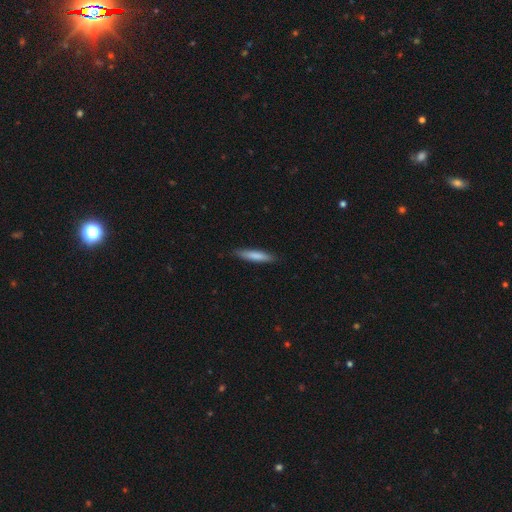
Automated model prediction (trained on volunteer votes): smooth-or-featured: smooth: 79% | featured or disk: 16% | star or artifact: 5%
  how-rounded: cigar-shaped: 88% | in between: 10% | round: 1%
  merging: none: 88% | minor disturbance: 9% | major disturbance: 2% | merger: 1%